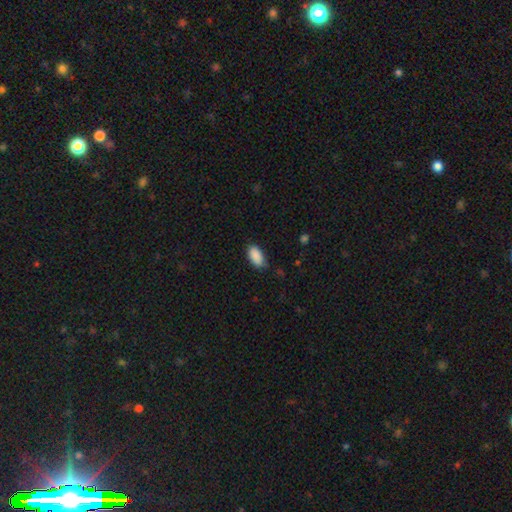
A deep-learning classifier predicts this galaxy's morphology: A smooth galaxy with no disk features (90%) that is in between round and cigar-shaped (94%).

Vote fractions:
- Smooth or featured? smooth: 90% / star or artifact: 7% / featured or disk: 3%
- How rounded? in between: 94% / round: 3% / cigar-shaped: 3%
- Merging? none: 80% / minor disturbance: 16% / major disturbance: 3% / merger: 1%